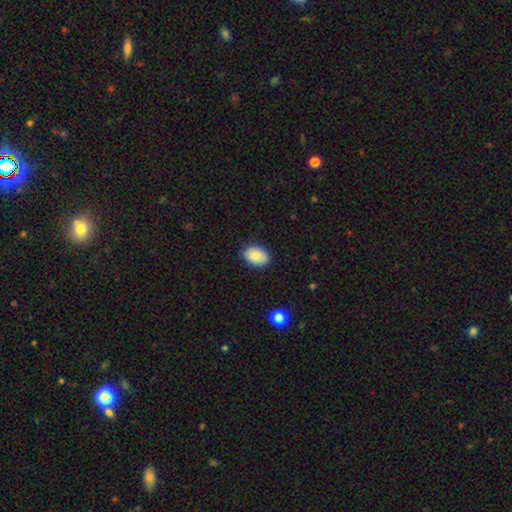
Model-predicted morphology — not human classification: This is clearly a smooth galaxy (84%). How rounded: clearly in between (83%). Merging: clearly none (84%).